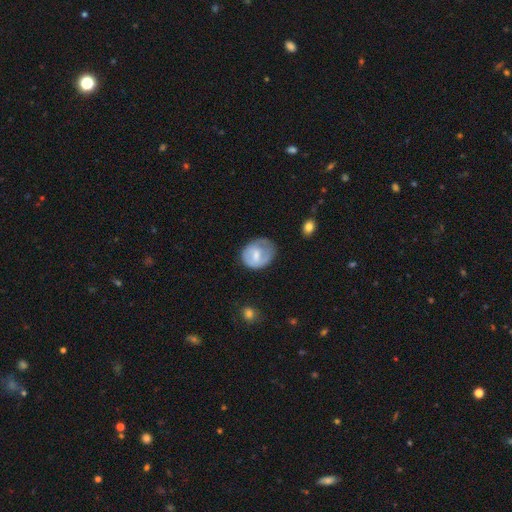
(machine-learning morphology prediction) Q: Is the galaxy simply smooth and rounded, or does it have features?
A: smooth — 57%.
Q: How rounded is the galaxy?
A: round — 55%.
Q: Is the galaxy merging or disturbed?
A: none — 49%.